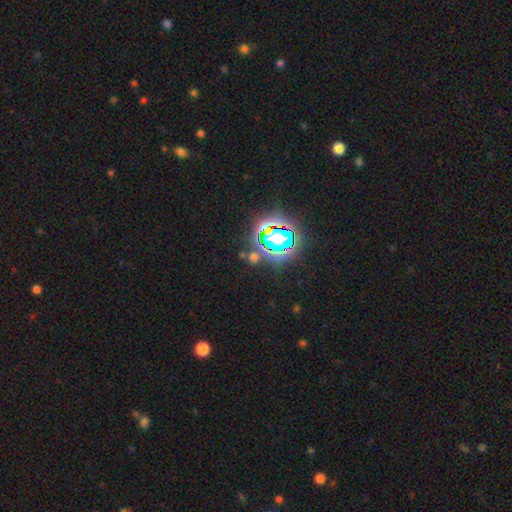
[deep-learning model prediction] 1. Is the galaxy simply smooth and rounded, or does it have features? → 70% star or artifact, 20% smooth, 10% featured or disk.